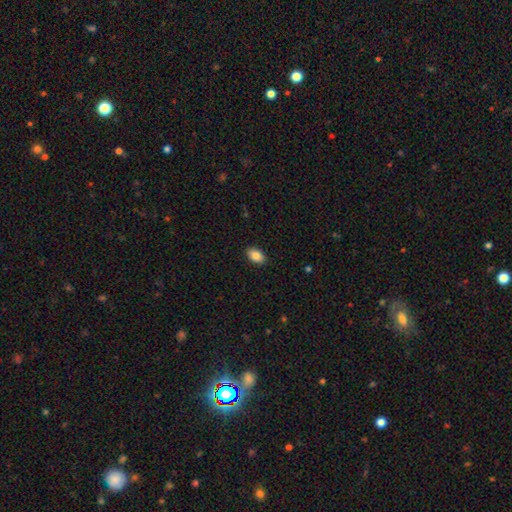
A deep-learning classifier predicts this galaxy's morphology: Smooth or featured: smooth — 86% (star or artifact — 7%)
How rounded: in between — 92% (round — 6%)
Merging: none — 90% (minor disturbance — 7%)